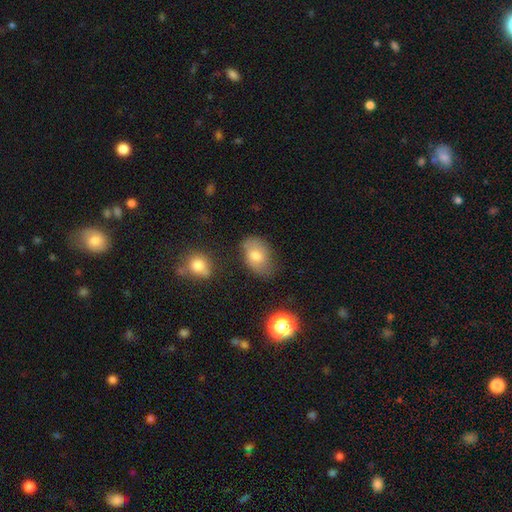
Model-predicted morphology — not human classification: Smooth or featured? smooth (71%)
How rounded? in between (84%)
Merging? none (62%)